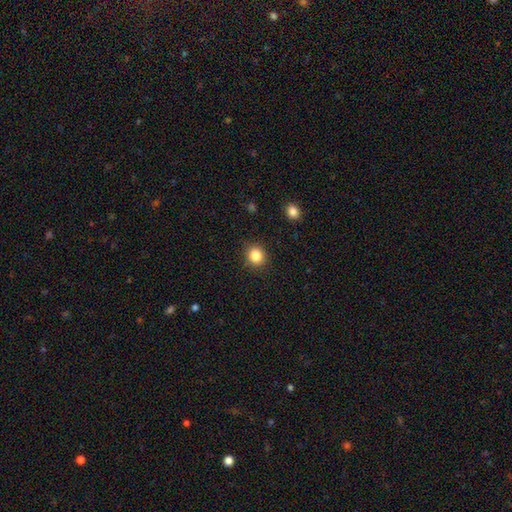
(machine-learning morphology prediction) Smooth or featured?
  - smooth: 85% *
  - star or artifact: 11%
  - featured or disk: 5%
How rounded?
  - round: 84% *
  - in between: 15%
  - cigar-shaped: 1%
Merging?
  - none: 89% *
  - minor disturbance: 7%
  - major disturbance: 2%
  - merger: 1%